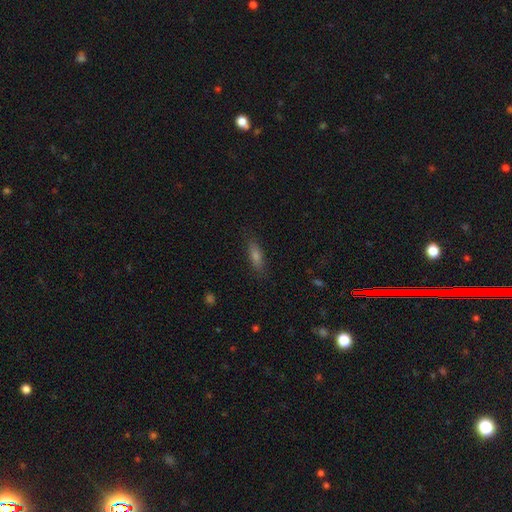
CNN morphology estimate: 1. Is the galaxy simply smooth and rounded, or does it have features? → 61% smooth, 23% featured or disk, 16% star or artifact.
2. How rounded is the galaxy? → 59% cigar-shaped, 38% in between, 3% round.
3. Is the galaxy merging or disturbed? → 85% none, 11% minor disturbance, 3% major disturbance, 1% merger.